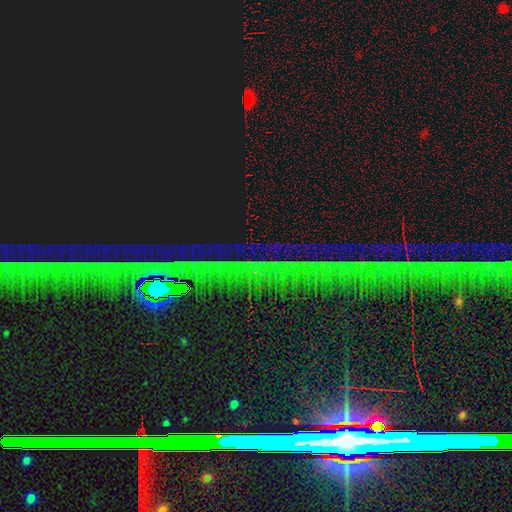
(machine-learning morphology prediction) A star or artifact, not a galaxy (86%).